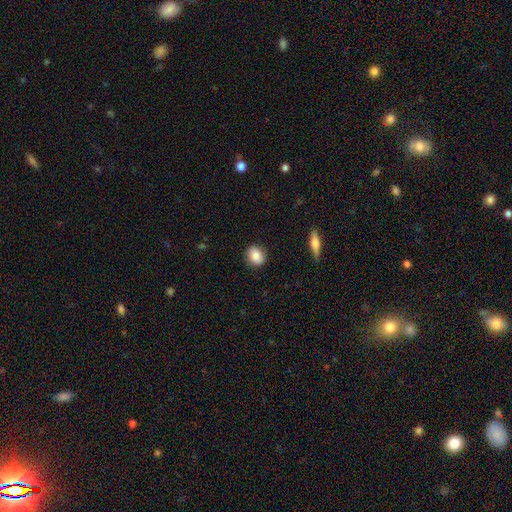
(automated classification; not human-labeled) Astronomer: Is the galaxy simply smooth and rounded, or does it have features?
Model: smooth — 83%.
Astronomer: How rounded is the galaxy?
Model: round — 67%.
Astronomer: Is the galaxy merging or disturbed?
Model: none — 88%.